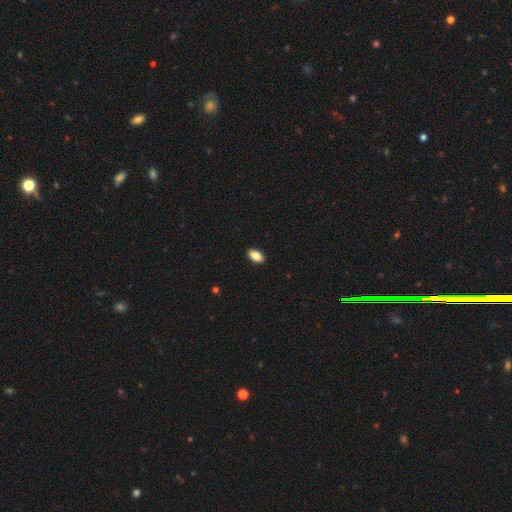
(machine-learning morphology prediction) Smooth or featured? Predicted: smooth (p=0.86). How rounded? Predicted: in between (p=0.92). Merging? Predicted: none (p=0.91).